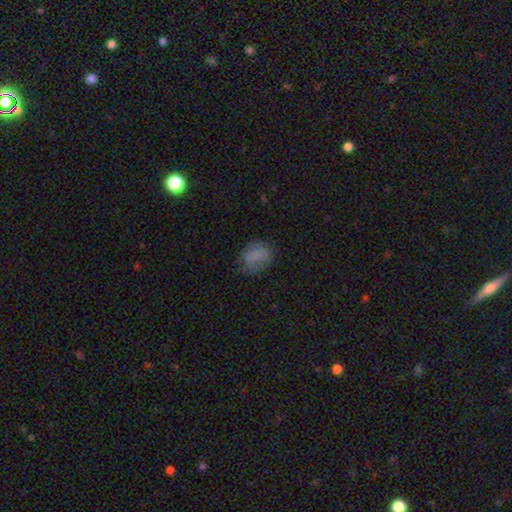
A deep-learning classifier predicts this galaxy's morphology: Smooth or featured?
  - smooth: 76% *
  - featured or disk: 13%
  - star or artifact: 11%
How rounded?
  - in between: 61% *
  - round: 38%
  - cigar-shaped: 2%
Merging?
  - none: 68% *
  - minor disturbance: 22%
  - major disturbance: 9%
  - merger: 1%